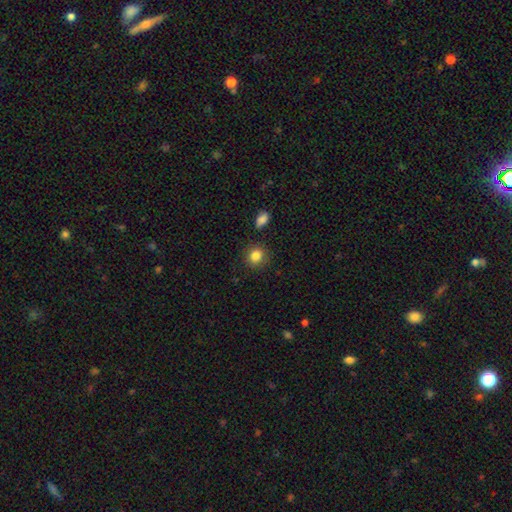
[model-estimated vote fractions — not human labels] Morphology: type=smooth (85%); roundness=round (83%); merging=none (85%).